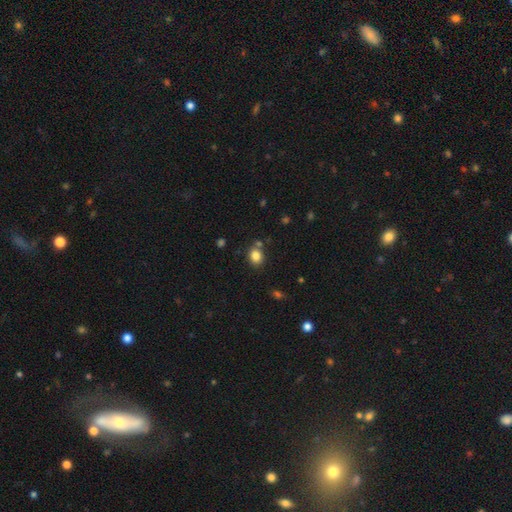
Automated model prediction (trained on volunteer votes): This appears to be a smooth galaxy with no disk features (83%) that is round (59%). Merging: none (75%).